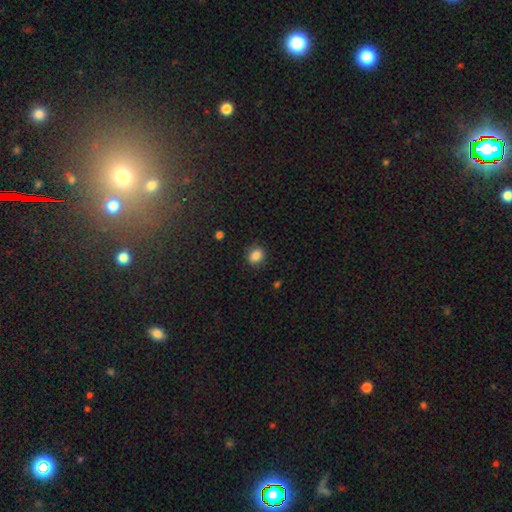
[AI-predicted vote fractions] Morphology: type=smooth (85%); roundness=round (60%); merging=none (87%).